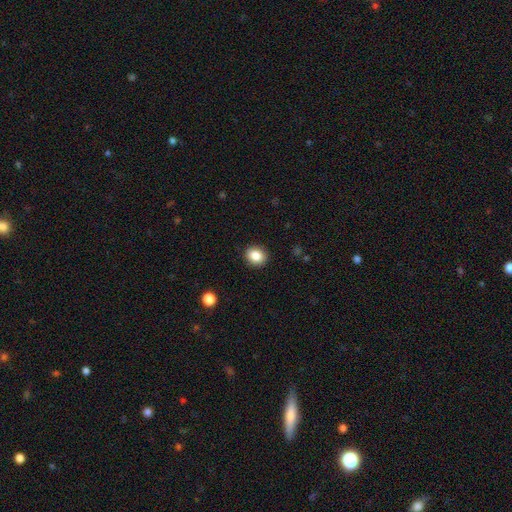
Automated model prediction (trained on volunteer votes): Smooth or featured?
  - smooth: 85% *
  - star or artifact: 9%
  - featured or disk: 6%
How rounded?
  - round: 70% *
  - in between: 29%
  - cigar-shaped: 1%
Merging?
  - none: 91% *
  - minor disturbance: 6%
  - major disturbance: 2%
  - merger: 1%